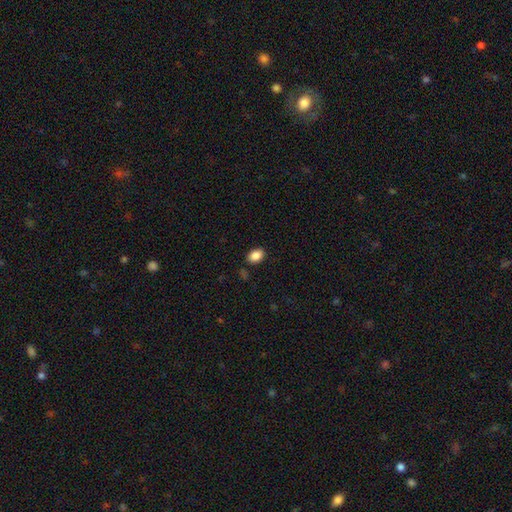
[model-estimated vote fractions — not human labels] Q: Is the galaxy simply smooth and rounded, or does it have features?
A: smooth — 88%.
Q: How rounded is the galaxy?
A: in between — 83%.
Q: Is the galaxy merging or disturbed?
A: none — 86%.